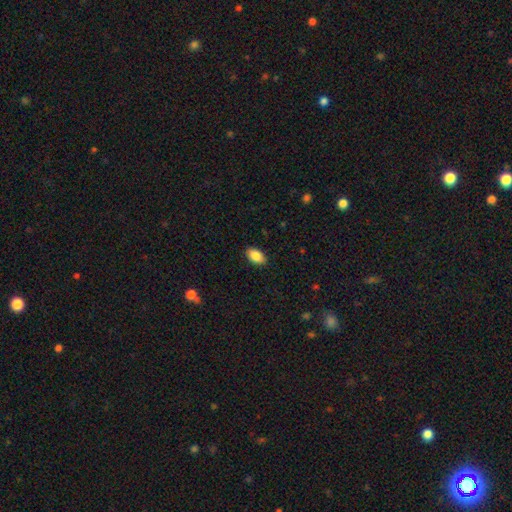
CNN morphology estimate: A smooth galaxy with no disk features (87%) that is in between round and cigar-shaped (93%).

Vote fractions:
- Smooth or featured? smooth: 87% / star or artifact: 7% / featured or disk: 6%
- How rounded? in between: 93% / round: 5% / cigar-shaped: 2%
- Merging? none: 88% / minor disturbance: 9% / major disturbance: 2% / merger: 1%